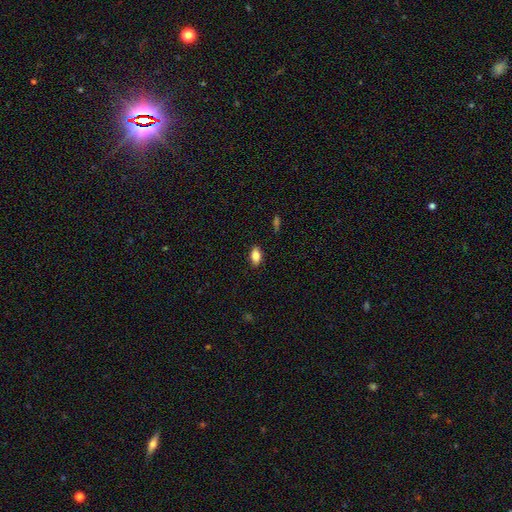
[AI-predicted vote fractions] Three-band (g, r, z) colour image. It shows a smooth galaxy with no disk features (81%) that is in between round and cigar-shaped (88%). Merging: none (86%).